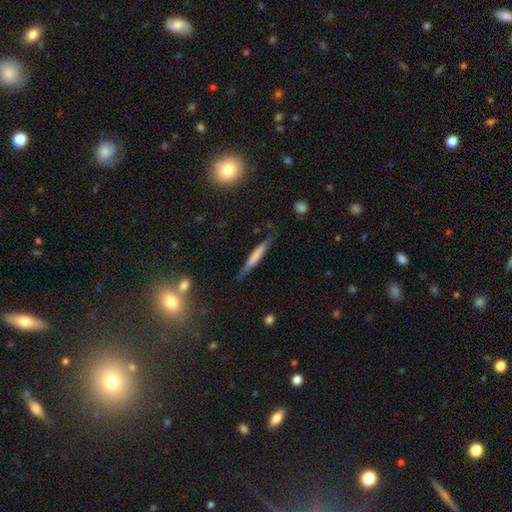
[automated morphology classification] This is likely a smooth galaxy (62%). How rounded: clearly cigar-shaped (93%). Merging: likely none (76%).